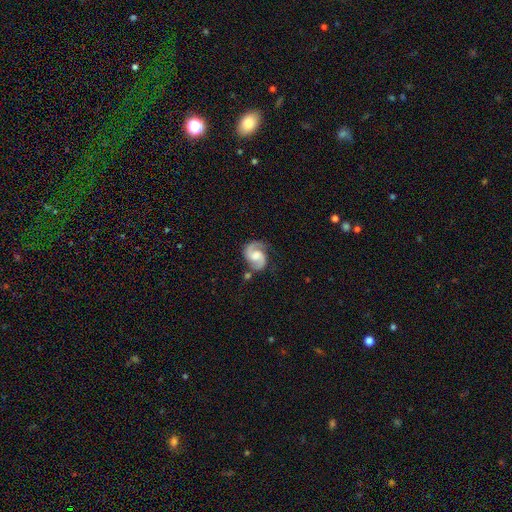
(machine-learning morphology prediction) smooth-or-featured: featured or disk: 88% | smooth: 8% | star or artifact: 5%
  disk-edge-on: no: 98% | yes: 2%
    bar: weak: 45% | no: 44% | strong: 11%
    has-spiral-arms: yes: 98% | no: 2%
      spiral-winding: medium: 57% | tight: 22% | loose: 20%
      spiral-arm-count: 2: 93% | 1: 2% | can't tell: 2% | 3: 1% | 4: 1% | more than 4: 1%
    bulge-size: moderate: 43% | small: 21% | none: 17% | large: 17% | dominant: 2%
  merging: none: 71% | minor disturbance: 17% | merger: 6% | major disturbance: 6%